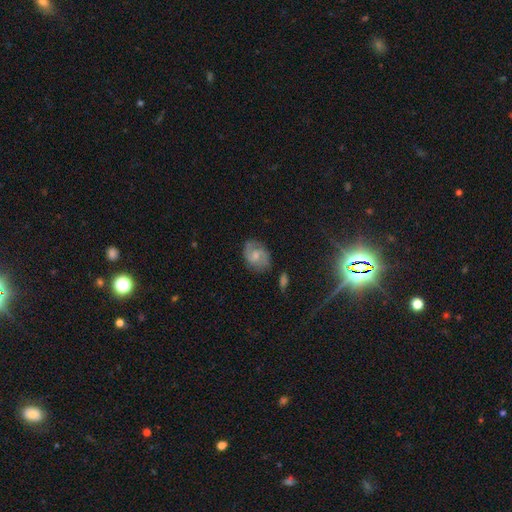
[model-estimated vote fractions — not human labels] Smooth or featured? Predicted: featured or disk (p=0.69). Edge-on disk? Predicted: no (p=0.97). Bar? Predicted: no (p=0.49). Spiral arms? Predicted: yes (p=0.93). Spiral winding? Predicted: medium (p=0.50). Spiral arm count? Predicted: 2 (p=0.83). Bulge size? Predicted: moderate (p=0.44). Merging? Predicted: none (p=0.74).